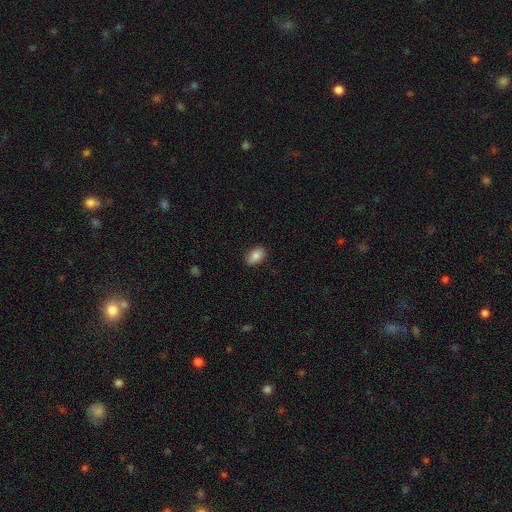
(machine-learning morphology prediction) smooth 84%, featured or disk 8%, star or artifact 8%. Down the decision tree: how rounded — in between (90%); merging — none (85%).